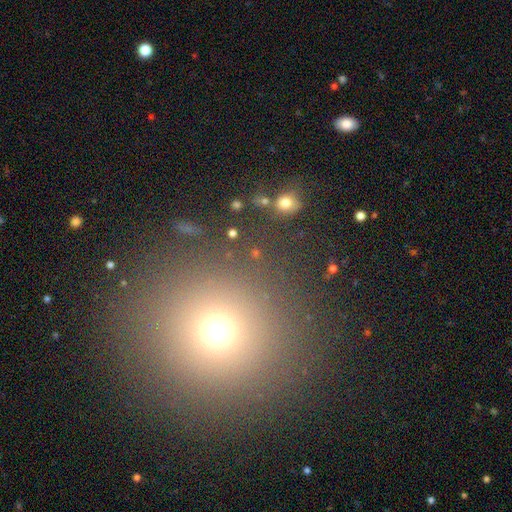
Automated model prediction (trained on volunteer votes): Smooth or featured? smooth (56%)
How rounded? round (84%)
Merging? none (84%)